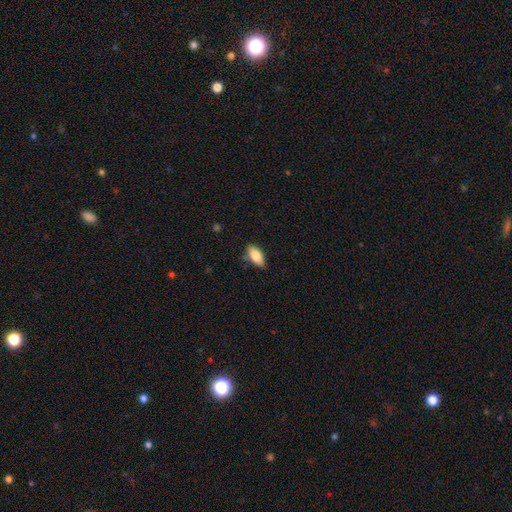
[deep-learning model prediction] This appears to be a smooth galaxy with no disk features (80%) that is in between round and cigar-shaped (89%). Merging: none (79%).